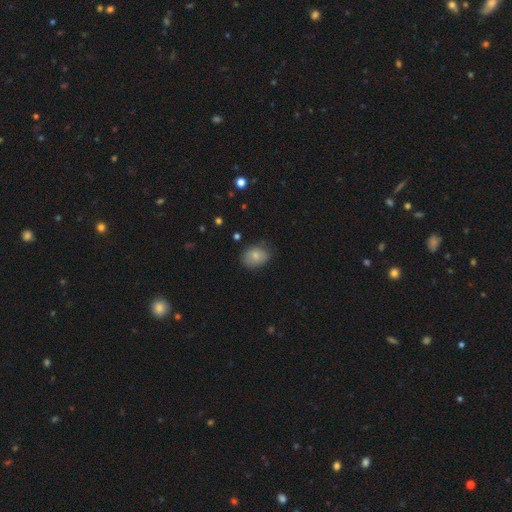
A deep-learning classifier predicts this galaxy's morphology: This appears to be a smooth galaxy with no disk features (77%) that is in between round and cigar-shaped (65%). Merging: none (70%).